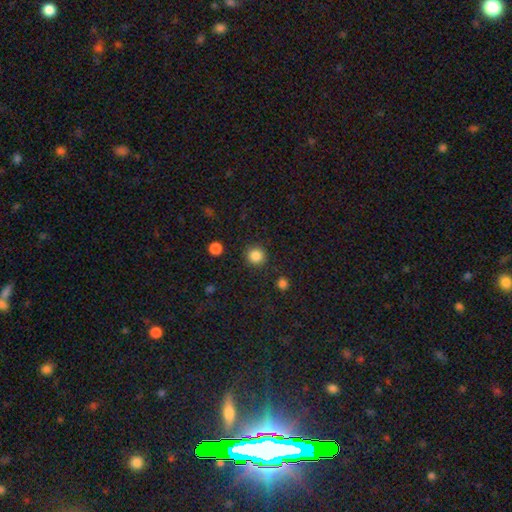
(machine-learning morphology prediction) Smooth or featured: smooth — 86% (star or artifact — 11%)
How rounded: round — 93% (in between — 6%)
Merging: none — 90% (minor disturbance — 6%)